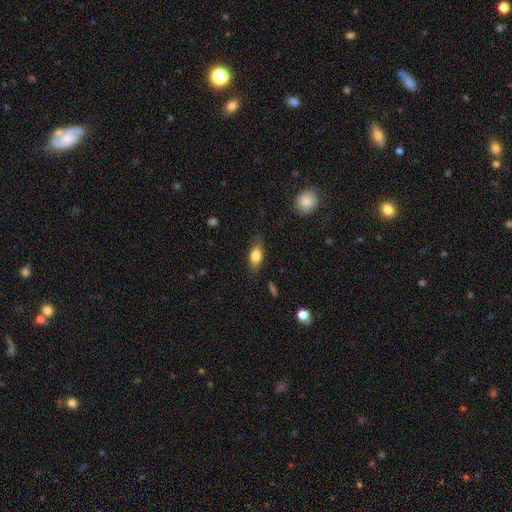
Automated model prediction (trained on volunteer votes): Q: Smooth or featured?
A: smooth (77%); runner-up: featured or disk (16%)
Q: How rounded?
A: in between (80%); runner-up: cigar-shaped (15%)
Q: Merging?
A: none (79%); runner-up: minor disturbance (16%)